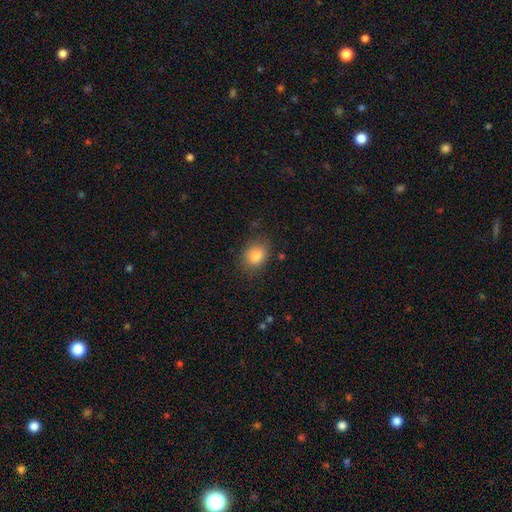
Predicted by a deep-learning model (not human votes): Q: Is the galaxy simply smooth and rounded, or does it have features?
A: smooth — 84%.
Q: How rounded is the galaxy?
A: in between — 53%.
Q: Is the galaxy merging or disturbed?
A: none — 79%.